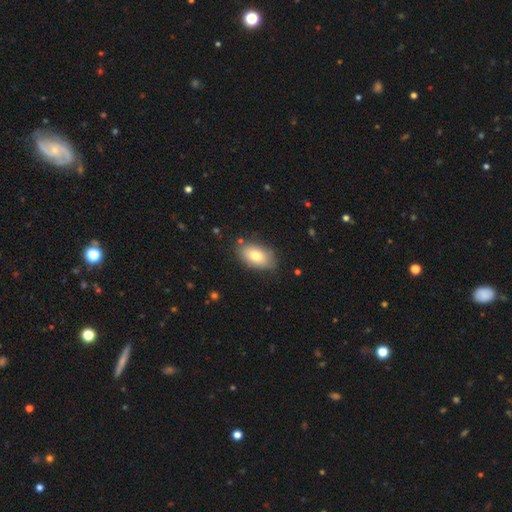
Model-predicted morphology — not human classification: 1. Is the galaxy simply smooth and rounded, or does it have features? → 77% smooth, 16% featured or disk, 7% star or artifact.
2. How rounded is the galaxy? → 92% in between, 6% round, 2% cigar-shaped.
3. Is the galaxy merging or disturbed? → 81% none, 14% minor disturbance, 3% major disturbance, 2% merger.